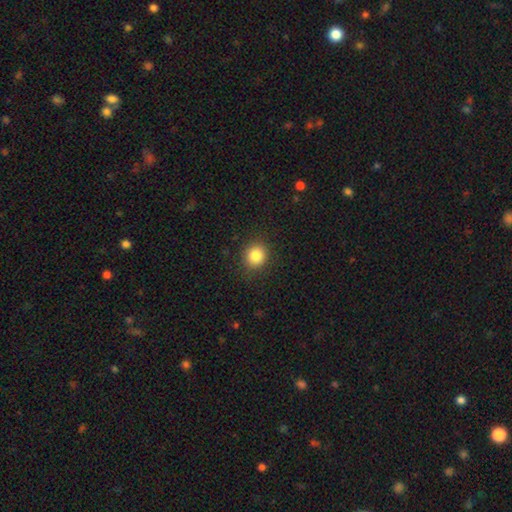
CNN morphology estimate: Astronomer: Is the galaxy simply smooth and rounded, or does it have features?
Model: smooth — 84%.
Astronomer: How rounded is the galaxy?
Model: round — 87%.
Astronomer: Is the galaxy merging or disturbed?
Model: none — 90%.